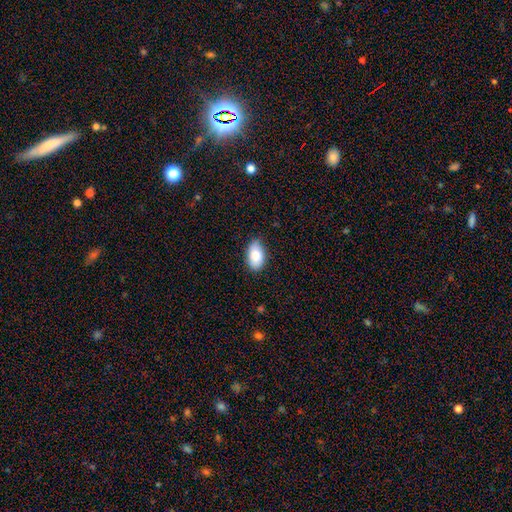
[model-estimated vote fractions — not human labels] Smooth or featured?
  - smooth: 87% *
  - featured or disk: 7%
  - star or artifact: 7%
How rounded?
  - in between: 93% *
  - round: 5%
  - cigar-shaped: 2%
Merging?
  - none: 81% *
  - minor disturbance: 16%
  - major disturbance: 2%
  - merger: 1%